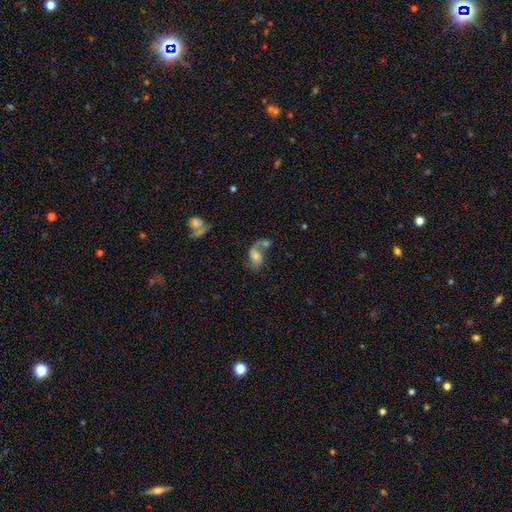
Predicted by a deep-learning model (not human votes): featured or disk 56%, smooth 34%, star or artifact 10%. Down the decision tree: edge-on disk — no (96%); bar — no (64%); spiral arms — yes (81%); bulge size — moderate (46%); merging — merger (37%).